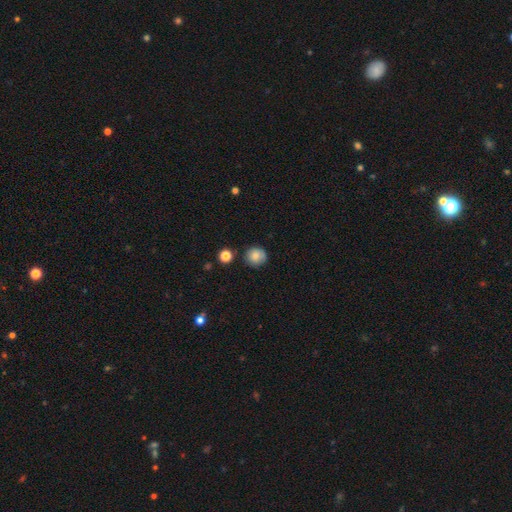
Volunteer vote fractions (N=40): smooth 95%, featured or disk 5%, star or artifact 0%. Down the decision tree: how rounded — round (95%); merging — none (95%).